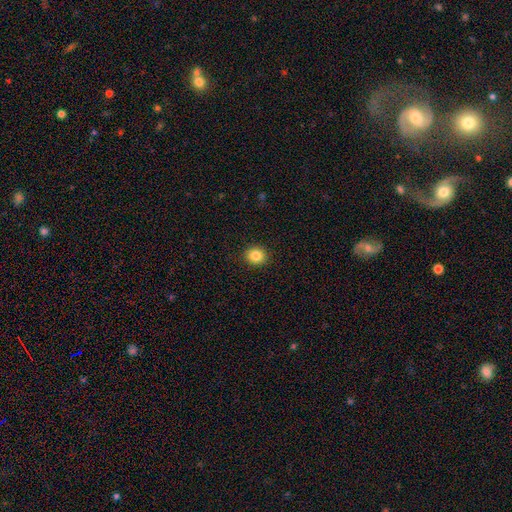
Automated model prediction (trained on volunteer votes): smooth-or-featured: smooth: 85% | star or artifact: 10% | featured or disk: 4%
  how-rounded: round: 81% | in between: 19% | cigar-shaped: 1%
  merging: none: 91% | minor disturbance: 6% | major disturbance: 2% | merger: 1%